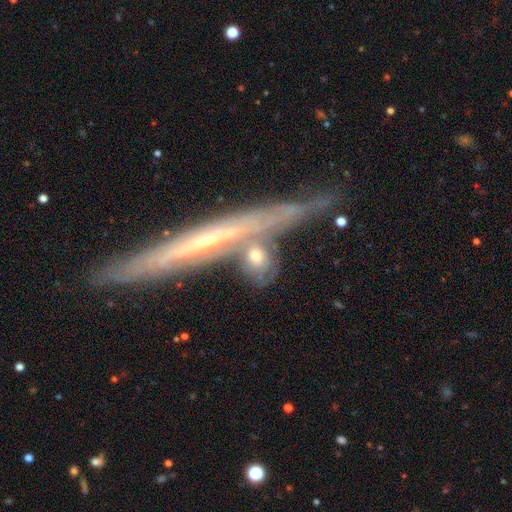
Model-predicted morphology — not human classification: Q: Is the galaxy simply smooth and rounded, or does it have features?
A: featured or disk — 50%.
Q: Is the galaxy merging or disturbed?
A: none — 42%.